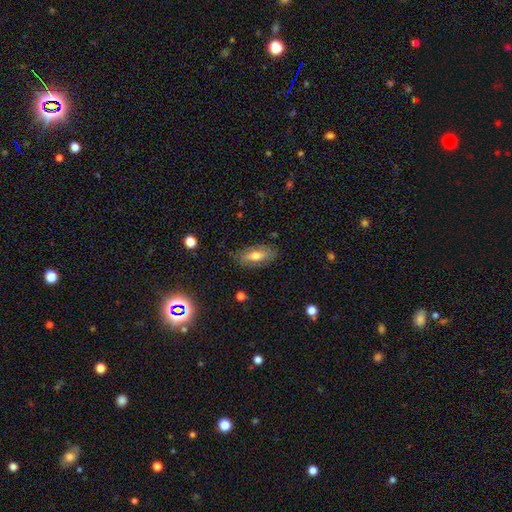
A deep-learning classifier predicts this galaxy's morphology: Smooth or featured? smooth (59%)
How rounded? in between (78%)
Merging? none (81%)